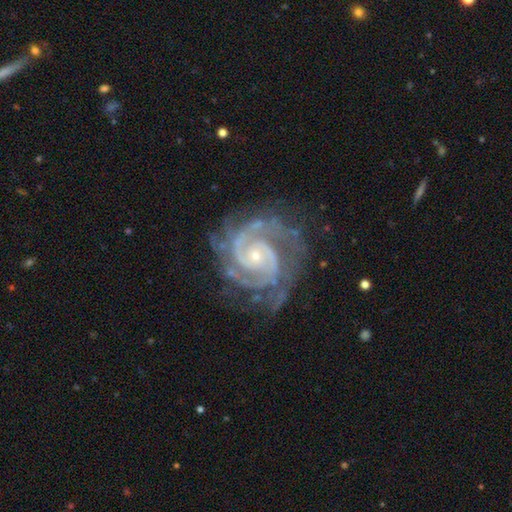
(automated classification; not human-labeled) Smooth or featured?
  - featured or disk: 94% *
  - star or artifact: 4%
  - smooth: 2%
Edge-on disk?
  - no: 98% *
  - yes: 2%
Bar?
  - no: 66% *
  - weak: 25%
  - strong: 9%
Spiral arms?
  - yes: 99% *
  - no: 1%
Spiral winding?
  - tight: 66% *
  - medium: 31%
  - loose: 3%
Spiral arm count?
  - 2: 64% *
  - 3: 16%
  - can't tell: 6%
  - 4: 5%
  - more than 4: 4%
  - 1: 4%
Bulge size?
  - small: 80% *
  - moderate: 17%
  - none: 2%
  - large: 1%
  - dominant: 1%
Merging?
  - none: 73% *
  - minor disturbance: 18%
  - major disturbance: 8%
  - merger: 1%